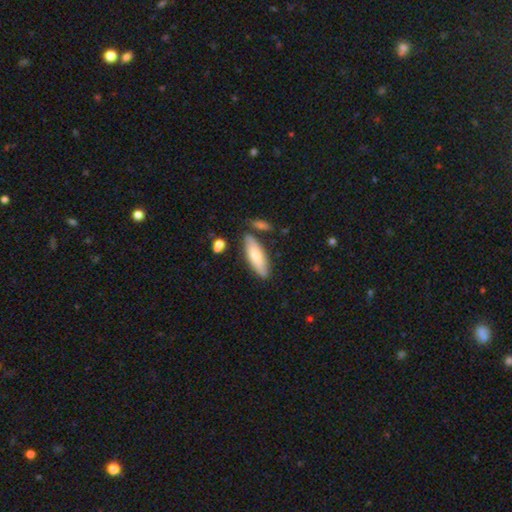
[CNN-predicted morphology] type=smooth (72%); roundness=in between (57%); merging=none (77%).